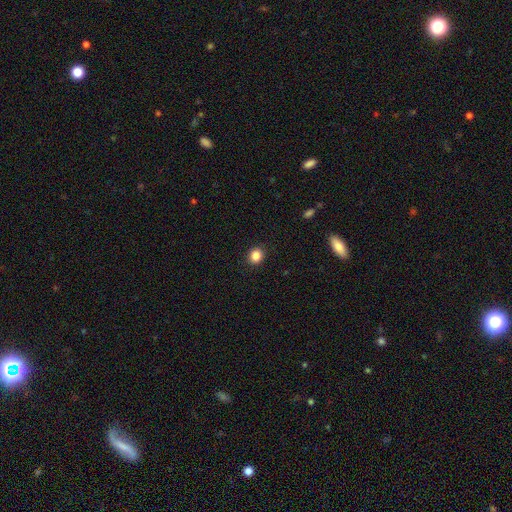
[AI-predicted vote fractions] This appears to be a smooth galaxy with no disk features (86%) that is round (78%). Merging: none (91%).